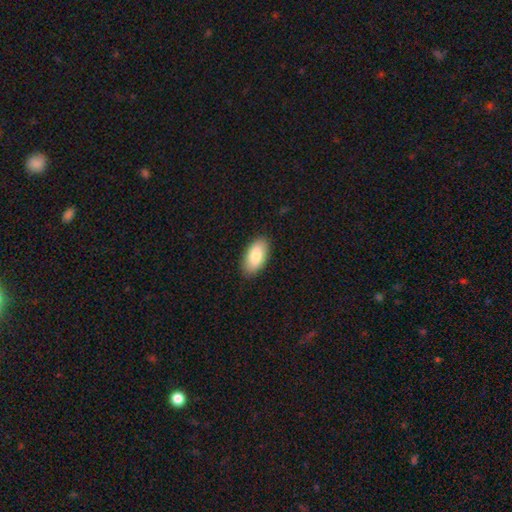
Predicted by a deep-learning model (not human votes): A smooth galaxy with no disk features (85%) that is in between round and cigar-shaped (94%). Merging: none (88%).